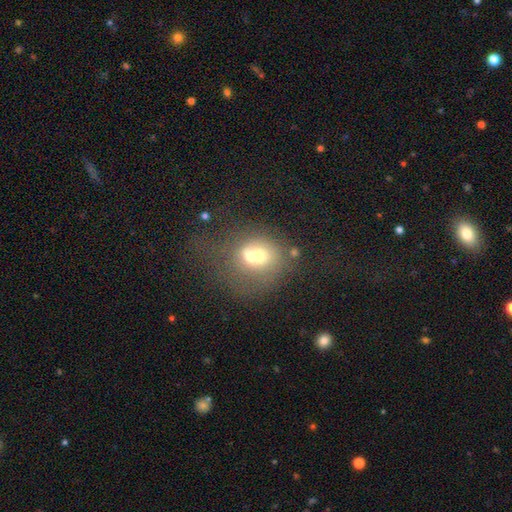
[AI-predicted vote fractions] This appears to be a smooth galaxy with no disk features (56%) that is round (70%). Merging: merger (58%).